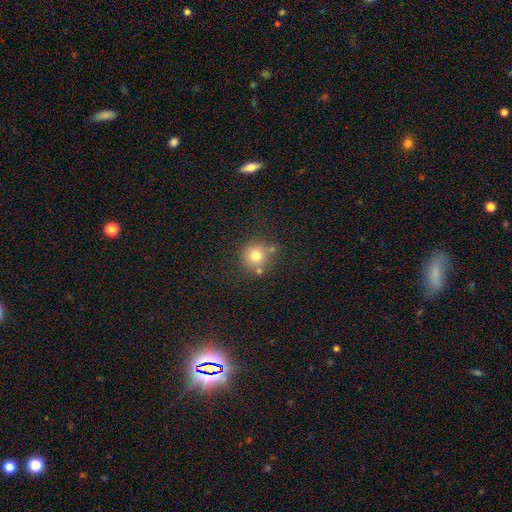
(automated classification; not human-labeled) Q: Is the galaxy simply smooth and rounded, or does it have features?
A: smooth — 76%.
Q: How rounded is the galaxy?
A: round — 93%.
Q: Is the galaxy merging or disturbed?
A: none — 72%.